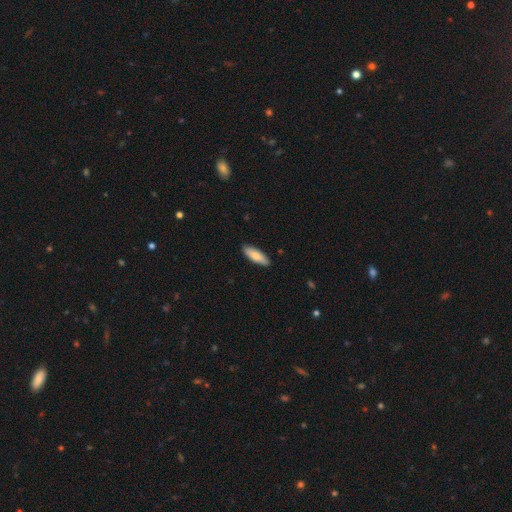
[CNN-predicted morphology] smooth 79%, featured or disk 16%, star or artifact 5%. Down the decision tree: how rounded — in between (59%); merging — none (89%).